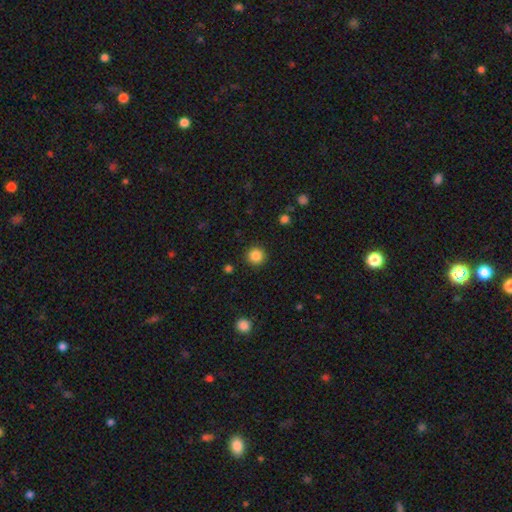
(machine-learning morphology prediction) smooth 85%, star or artifact 11%, featured or disk 4%. Down the decision tree: how rounded — round (95%); merging — none (92%).